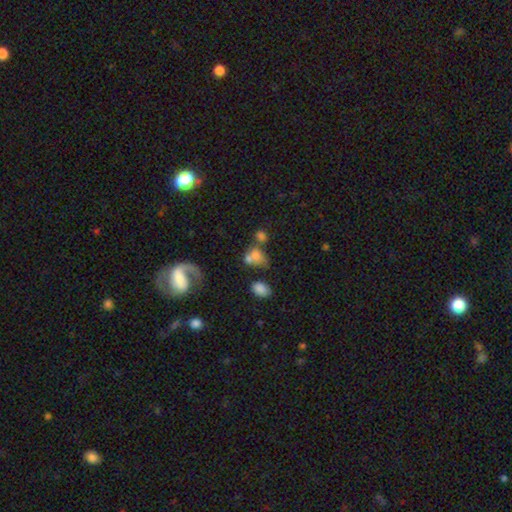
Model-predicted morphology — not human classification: This is likely a smooth galaxy (64%). How rounded: possibly round (57%). Merging: marginally merger (44%).